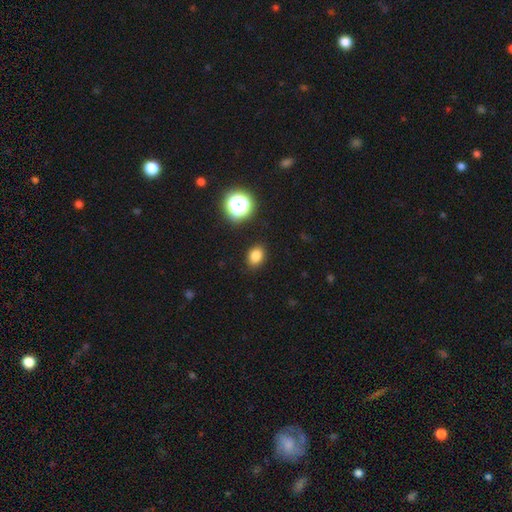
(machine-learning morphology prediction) Smooth or featured? Predicted: smooth (p=0.81). How rounded? Predicted: in between (p=0.60). Merging? Predicted: none (p=0.87).